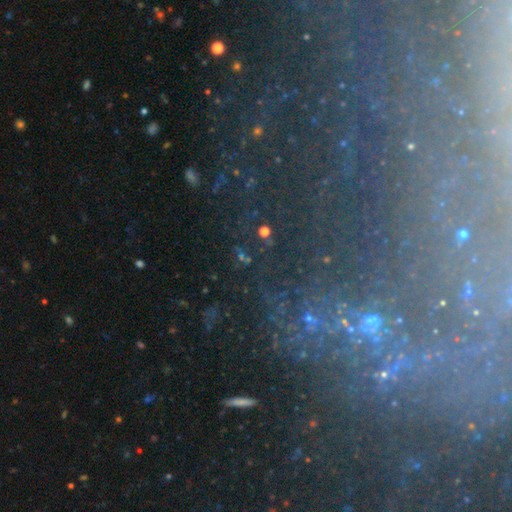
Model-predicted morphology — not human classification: A star or artifact, not a galaxy (49%).